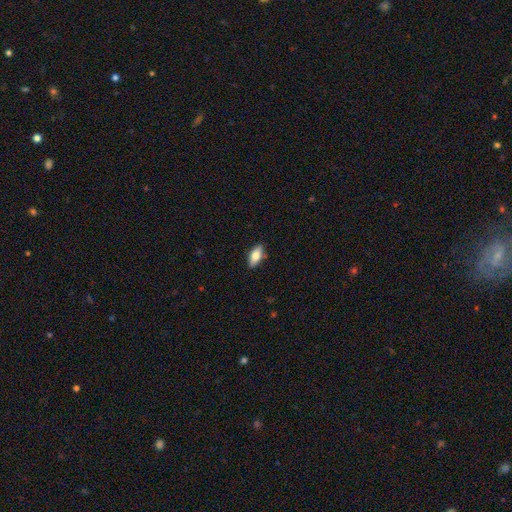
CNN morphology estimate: Overall: smooth (71%). How rounded: in between (82%). Merging: none (86%).